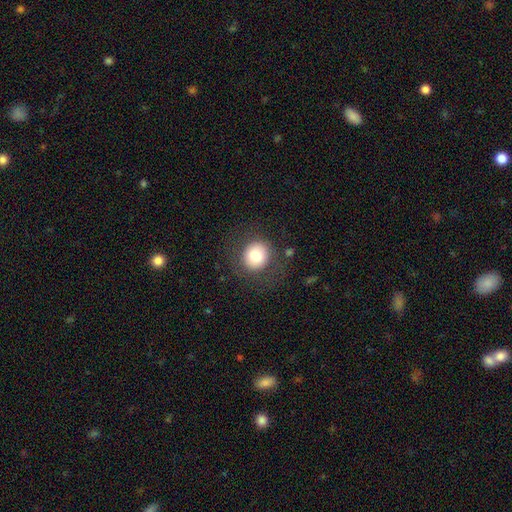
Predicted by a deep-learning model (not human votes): Overall: smooth (78%). How rounded: round (89%). Merging: none (81%).